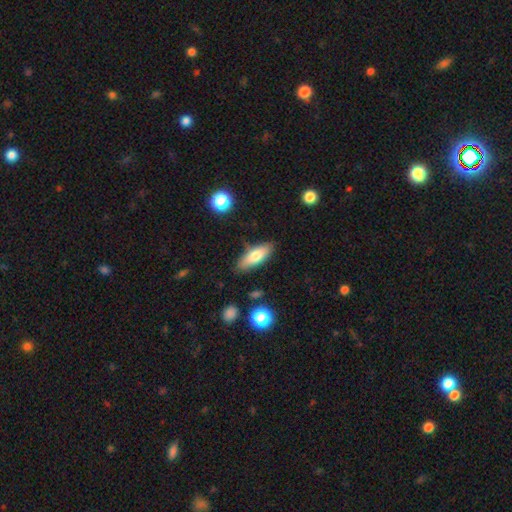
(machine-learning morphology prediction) Smooth or featured? smooth (72%)
How rounded? in between (66%)
Merging? none (80%)